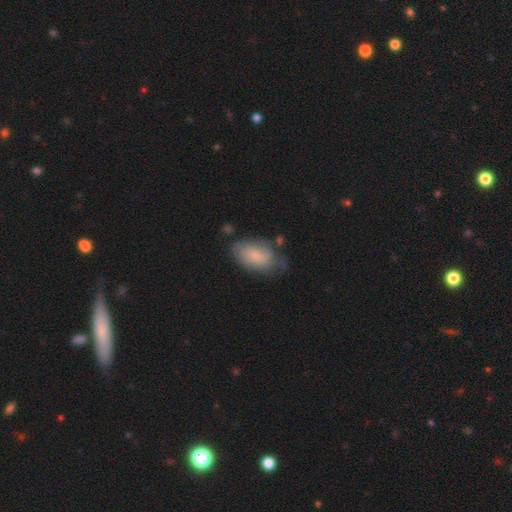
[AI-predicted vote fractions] smooth 77%, featured or disk 17%, star or artifact 7%. Down the decision tree: how rounded — in between (93%); merging — none (53%).